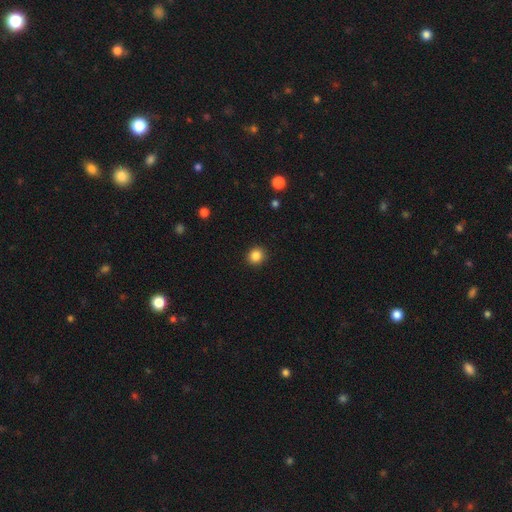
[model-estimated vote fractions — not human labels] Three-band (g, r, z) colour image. It shows a smooth galaxy with no disk features (86%) that is round (89%). Merging: none (91%).